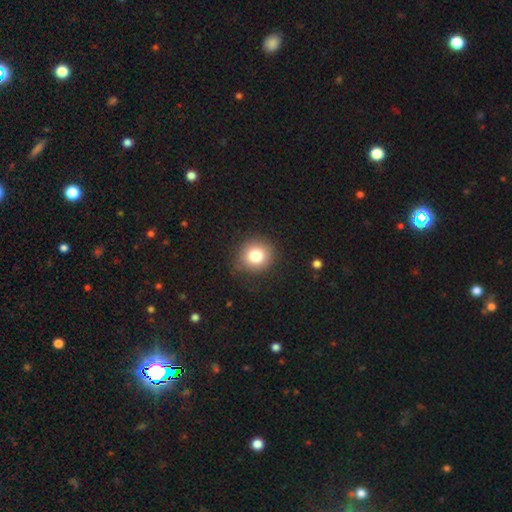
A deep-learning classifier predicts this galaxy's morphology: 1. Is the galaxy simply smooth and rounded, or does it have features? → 80% smooth, 11% star or artifact, 9% featured or disk.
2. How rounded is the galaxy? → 89% round, 10% in between, 1% cigar-shaped.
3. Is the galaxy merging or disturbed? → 85% none, 10% minor disturbance, 3% major disturbance, 1% merger.